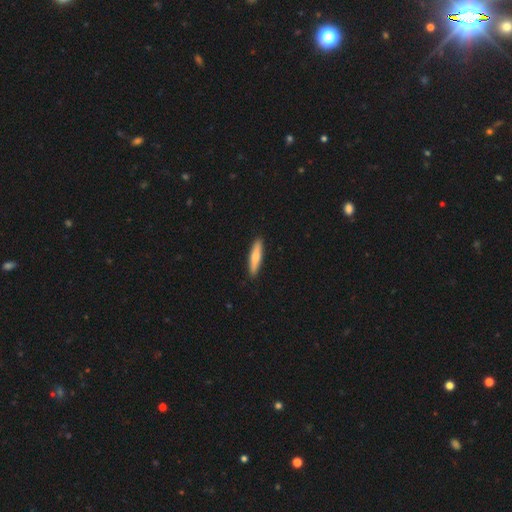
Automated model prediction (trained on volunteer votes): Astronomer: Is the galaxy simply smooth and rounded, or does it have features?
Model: smooth — 68%.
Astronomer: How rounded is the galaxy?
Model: cigar-shaped — 86%.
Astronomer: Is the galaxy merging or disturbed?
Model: none — 92%.